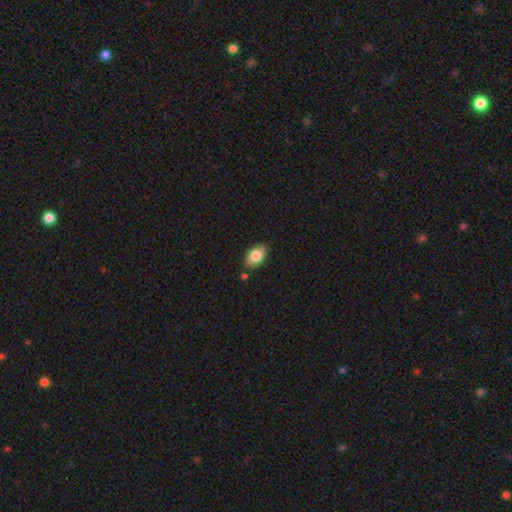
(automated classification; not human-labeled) Smooth or featured? Predicted: smooth (p=0.82). How rounded? Predicted: in between (p=0.91). Merging? Predicted: none (p=0.80).